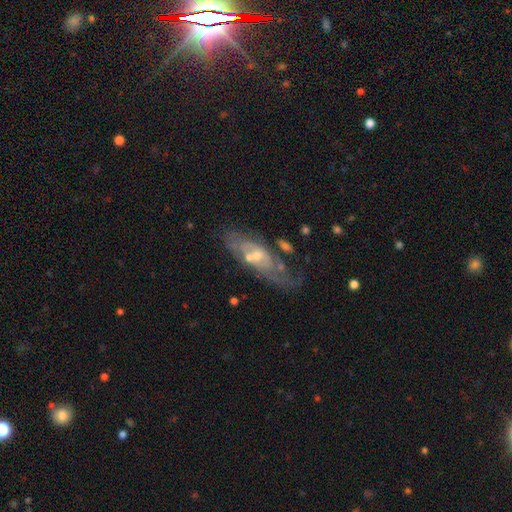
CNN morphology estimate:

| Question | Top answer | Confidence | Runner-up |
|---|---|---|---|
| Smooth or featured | featured or disk | 73% | smooth (20%) |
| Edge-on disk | no | 86% | yes (14%) |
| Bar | no | 70% | weak (24%) |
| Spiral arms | yes | 70% | no (30%) |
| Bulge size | small | 55% | moderate (39%) |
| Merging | none | 45% | minor disturbance (22%) |